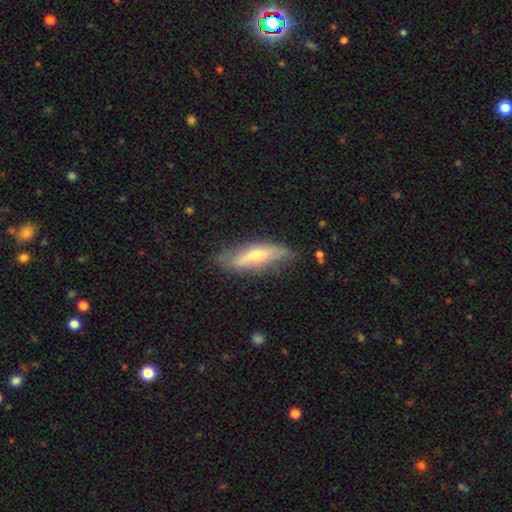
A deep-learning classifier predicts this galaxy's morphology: This is possibly a featured or disk galaxy (50%). It is likely viewed edge-on (61%). Merging: likely none (72%).